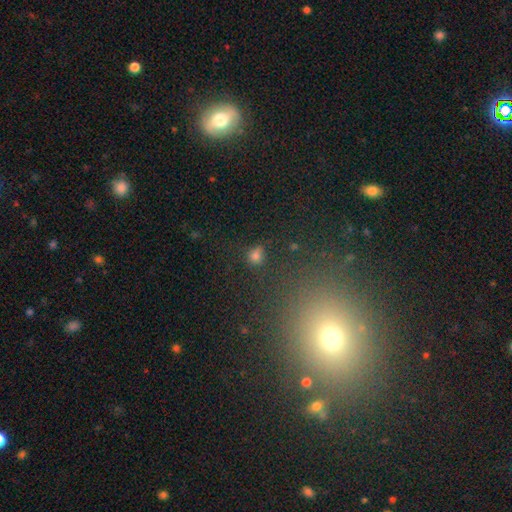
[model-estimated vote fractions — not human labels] A smooth galaxy with no disk features (71%) that is round (66%). Merging: none (61%).